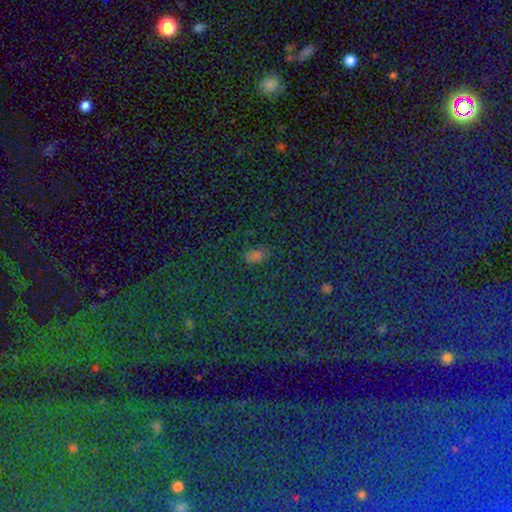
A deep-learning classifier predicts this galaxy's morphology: Smooth or featured? Predicted: smooth (p=0.50). How rounded? Predicted: in between (p=0.75). Merging? Predicted: none (p=0.72).